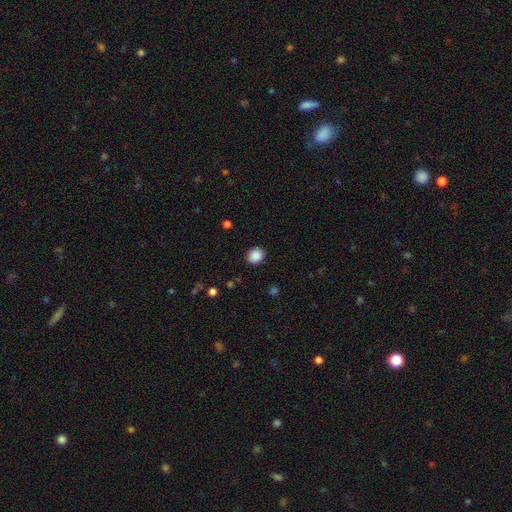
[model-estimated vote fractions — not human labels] Smooth or featured? smooth (88%)
How rounded? round (70%)
Merging? none (89%)